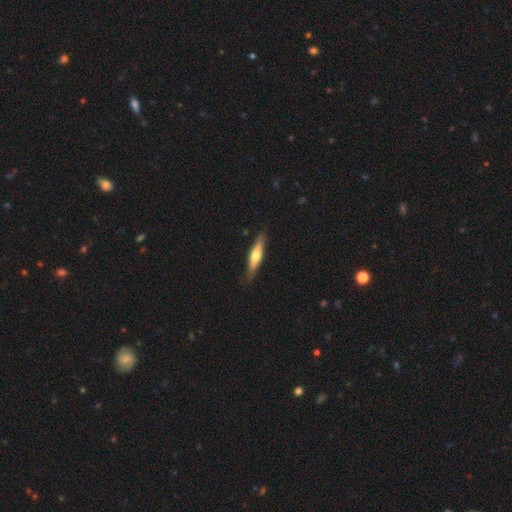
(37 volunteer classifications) smooth_or_featured: smooth (p=0.51) [alt: featured or disk p=0.46]
how_rounded: cigar-shaped (p=0.74) [alt: in between p=0.26]
merging: none (p=0.83) [alt: minor disturbance p=0.14]